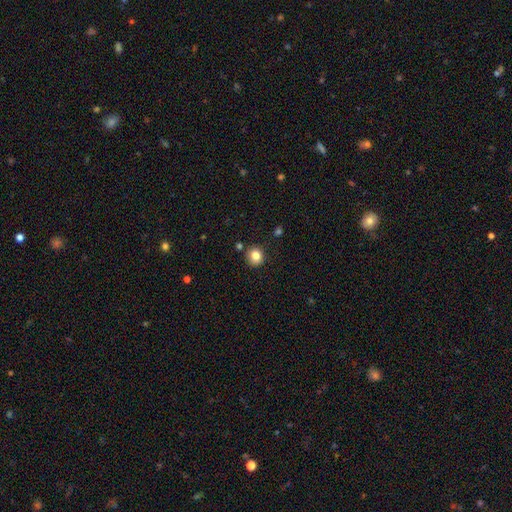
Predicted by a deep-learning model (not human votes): smooth_or_featured: smooth (p=0.83) [alt: star or artifact p=0.11]
how_rounded: round (p=0.87) [alt: in between p=0.12]
merging: none (p=0.86) [alt: minor disturbance p=0.08]